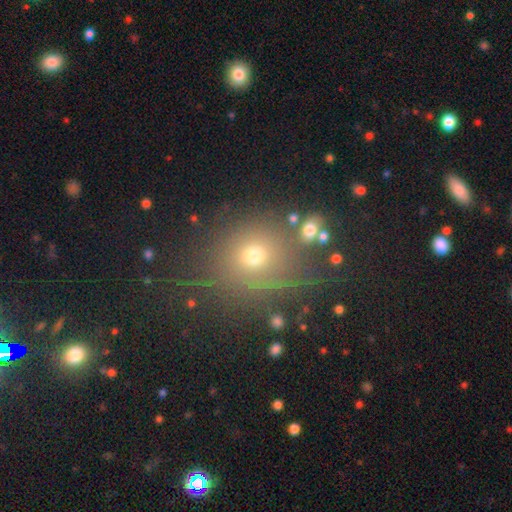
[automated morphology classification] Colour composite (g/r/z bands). It shows a smooth galaxy with no disk features (62%) that is round (80%). Merging: none (72%).